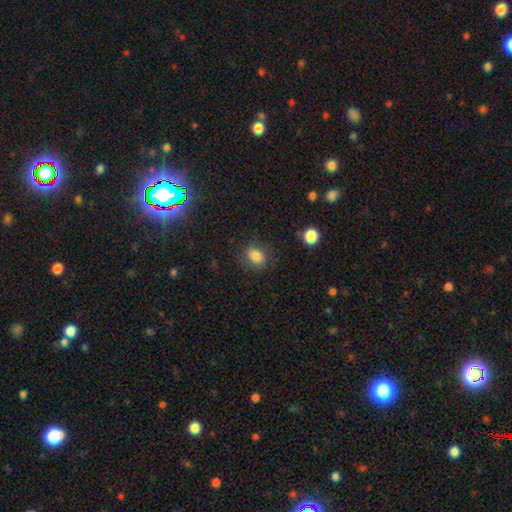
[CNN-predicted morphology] Smooth or featured: smooth — 82% (star or artifact — 11%)
How rounded: in between — 57% (round — 42%)
Merging: none — 80% (minor disturbance — 14%)